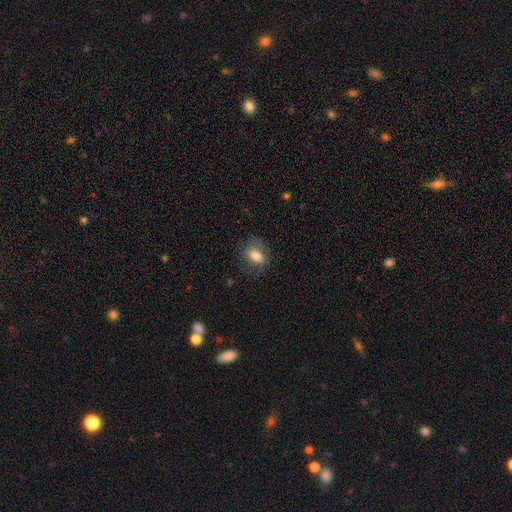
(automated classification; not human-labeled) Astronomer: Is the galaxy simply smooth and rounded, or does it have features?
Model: smooth — 71%.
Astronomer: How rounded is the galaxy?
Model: in between — 78%.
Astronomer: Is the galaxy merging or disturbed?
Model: none — 70%.